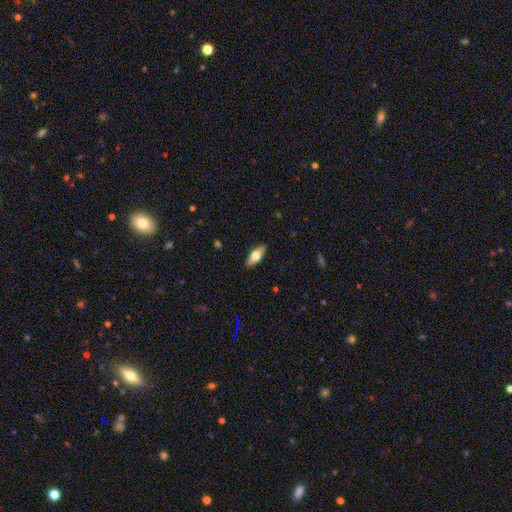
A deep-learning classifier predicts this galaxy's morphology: smooth 59%, featured or disk 35%, star or artifact 6%. Down the decision tree: how rounded — in between (76%); merging — none (88%).